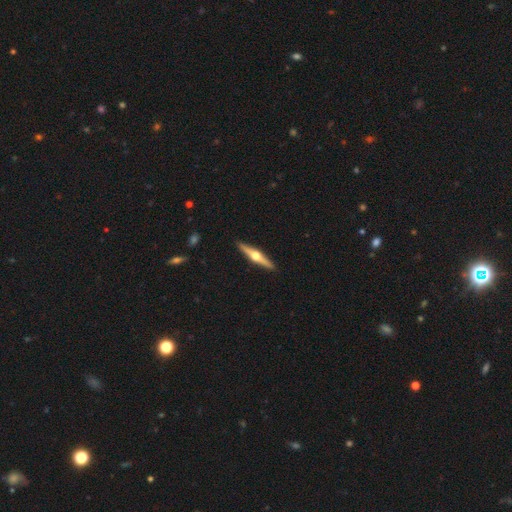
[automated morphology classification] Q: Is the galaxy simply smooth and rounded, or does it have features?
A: featured or disk — 77%.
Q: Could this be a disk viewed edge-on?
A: yes — 98%.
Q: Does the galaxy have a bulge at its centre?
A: rounded — 96%.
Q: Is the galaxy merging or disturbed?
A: none — 92%.